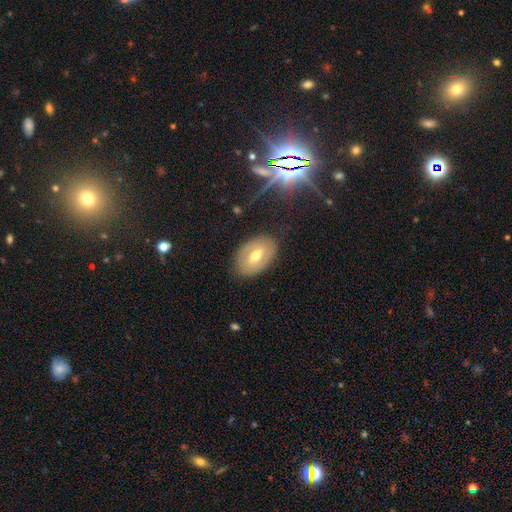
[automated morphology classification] Smooth or featured? featured or disk (48%)
Merging? none (83%)